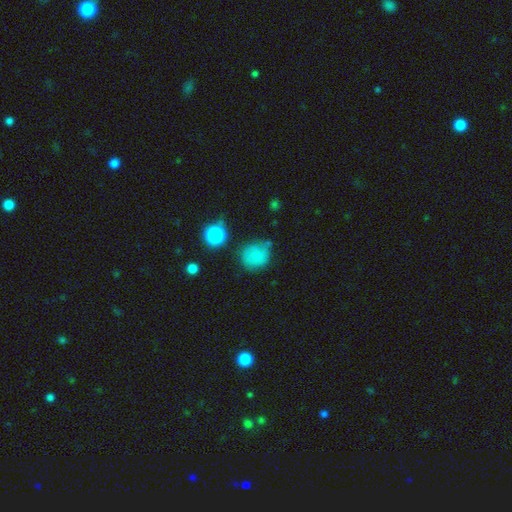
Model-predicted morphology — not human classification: Q: Smooth or featured?
A: smooth (76%); runner-up: star or artifact (13%)
Q: How rounded?
A: round (85%); runner-up: in between (14%)
Q: Merging?
A: none (66%); runner-up: minor disturbance (22%)